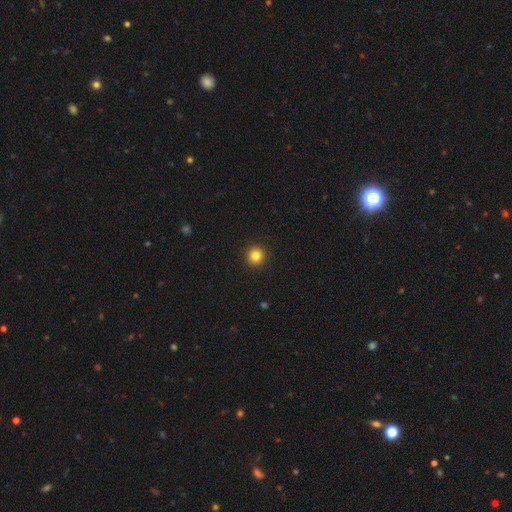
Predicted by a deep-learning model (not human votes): A smooth galaxy with no disk features (83%) that is round (95%).

Vote fractions:
- Smooth or featured? smooth: 83% / star or artifact: 12% / featured or disk: 5%
- How rounded? round: 95% / in between: 4% / cigar-shaped: 1%
- Merging? none: 93% / minor disturbance: 4% / major disturbance: 2% / merger: 1%